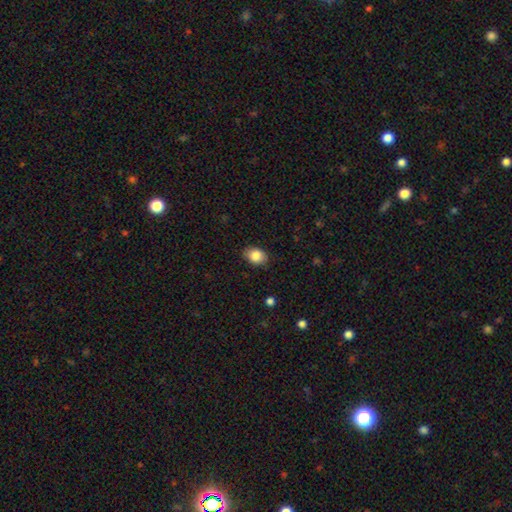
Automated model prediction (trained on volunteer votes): Morphology: type=smooth (86%); roundness=in between (70%); merging=none (83%).